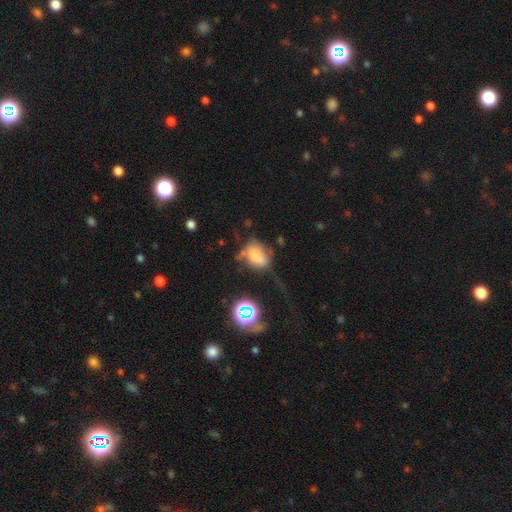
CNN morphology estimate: Q: Smooth or featured?
A: smooth (63%); runner-up: featured or disk (22%)
Q: How rounded?
A: in between (77%); runner-up: round (21%)
Q: Merging?
A: none (32%); runner-up: major disturbance (31%)